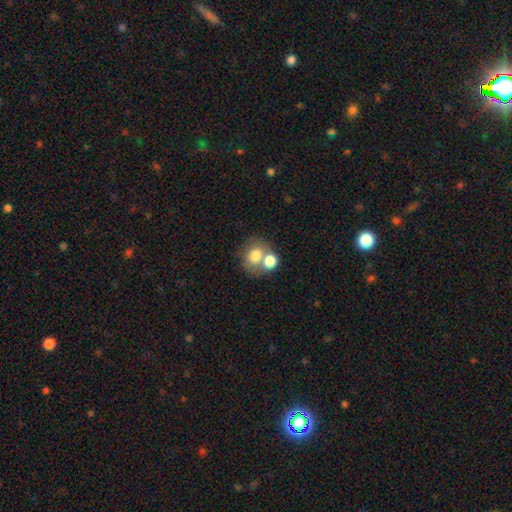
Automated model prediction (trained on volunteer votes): Smooth or featured? Predicted: smooth (p=0.74). How rounded? Predicted: round (p=0.65). Merging? Predicted: merger (p=0.47).